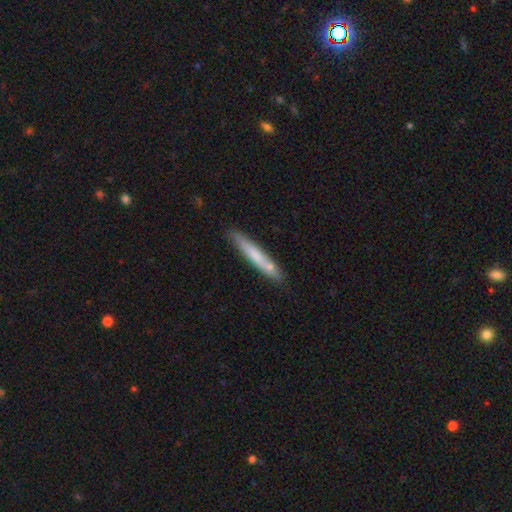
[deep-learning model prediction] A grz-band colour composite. It shows a smooth galaxy with no disk features (68%) that is cigar-shaped (95%). Merging: none (80%).